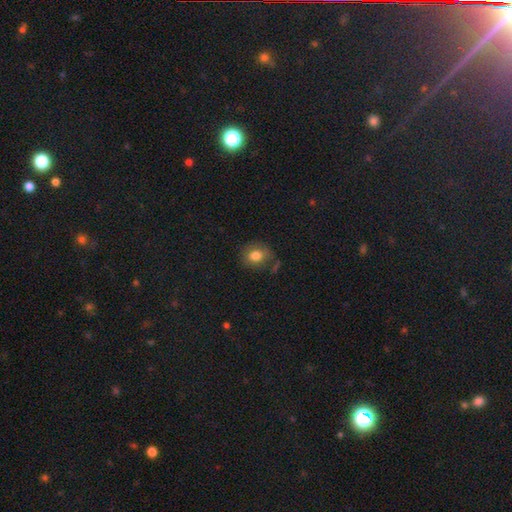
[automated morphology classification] Q: Smooth or featured?
A: smooth (79%); runner-up: featured or disk (11%)
Q: How rounded?
A: round (64%); runner-up: in between (35%)
Q: Merging?
A: none (70%); runner-up: minor disturbance (19%)